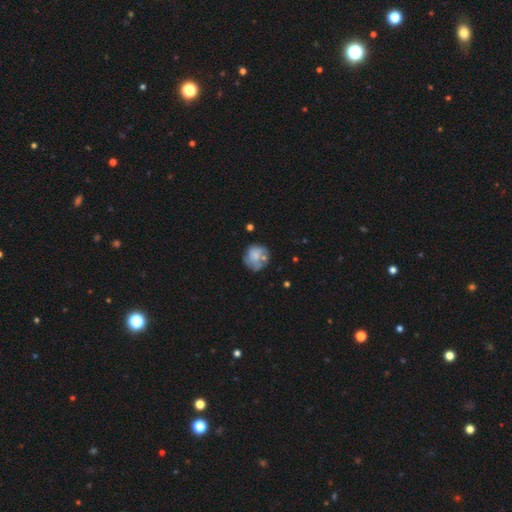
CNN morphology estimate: This is possibly a smooth galaxy (57%). How rounded: clearly round (83%). Merging: possibly none (59%).